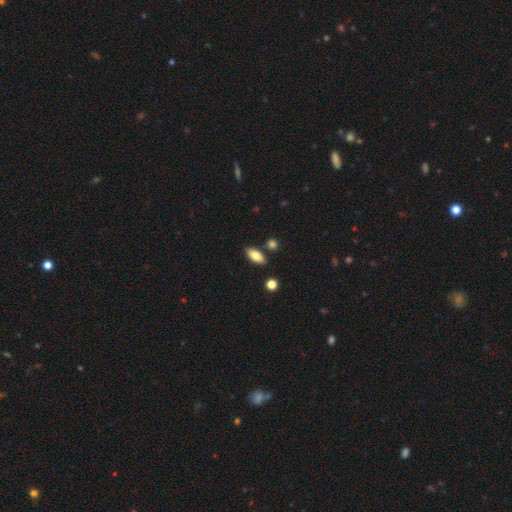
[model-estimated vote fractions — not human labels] smooth 80%, featured or disk 13%, star or artifact 7%. Down the decision tree: how rounded — in between (86%); merging — none (83%).